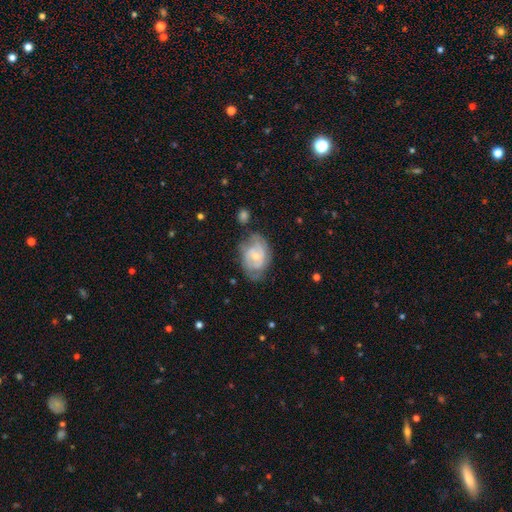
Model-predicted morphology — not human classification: This is likely a featured or disk galaxy (75%). It is clearly not viewed edge-on (97%). Bar: likely no (65%). Spiral arm pattern: clearly yes (86%). Spiral arm count: possibly 2 (51%). Spiral winding: possibly tight (52%). Central bulge: possibly small (52%). Merging: likely none (61%).